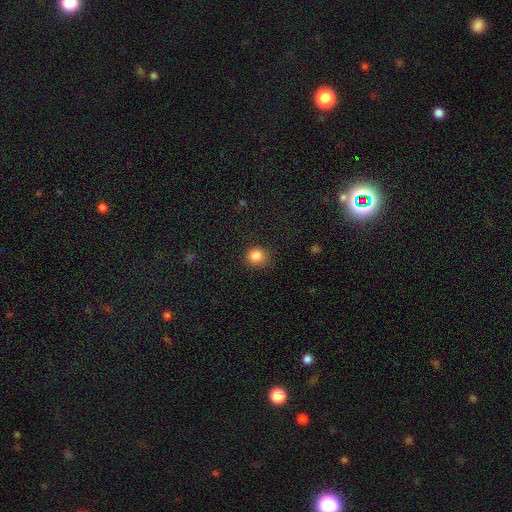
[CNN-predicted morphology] This is clearly a smooth galaxy (85%). How rounded: clearly round (85%). Merging: clearly none (82%).